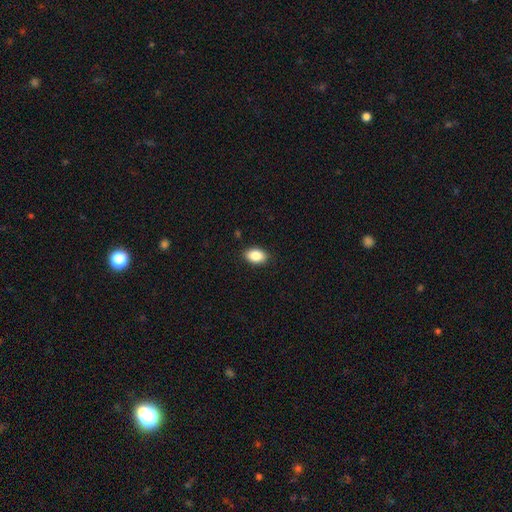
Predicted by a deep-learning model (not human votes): A smooth galaxy with no disk features (87%) that is in between round and cigar-shaped (88%). Merging: none (89%).